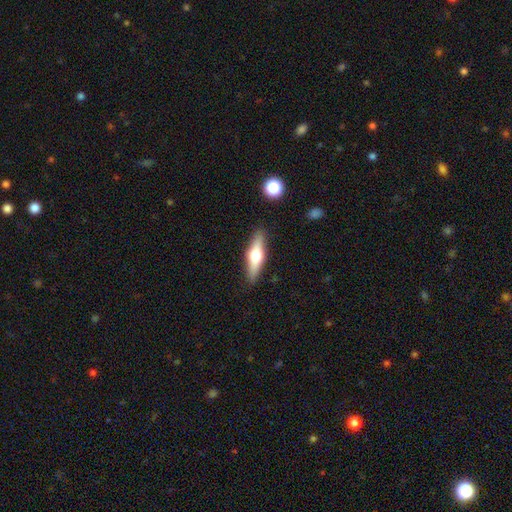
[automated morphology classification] Smooth or featured? featured or disk (48%)
Merging? none (88%)